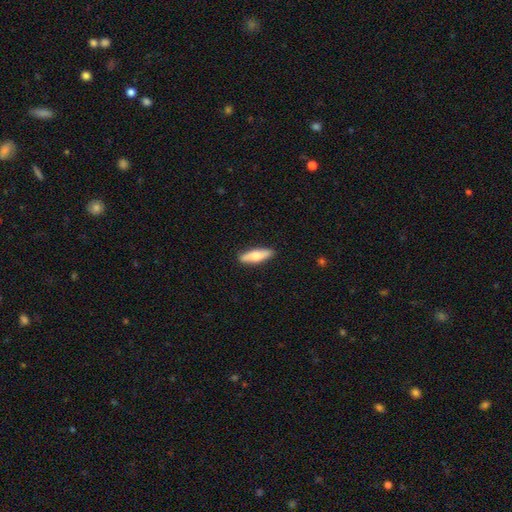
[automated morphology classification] smooth_or_featured: smooth (p=0.62) [alt: featured or disk p=0.33]
how_rounded: cigar-shaped (p=0.57) [alt: in between p=0.40]
merging: none (p=0.89) [alt: minor disturbance p=0.08]